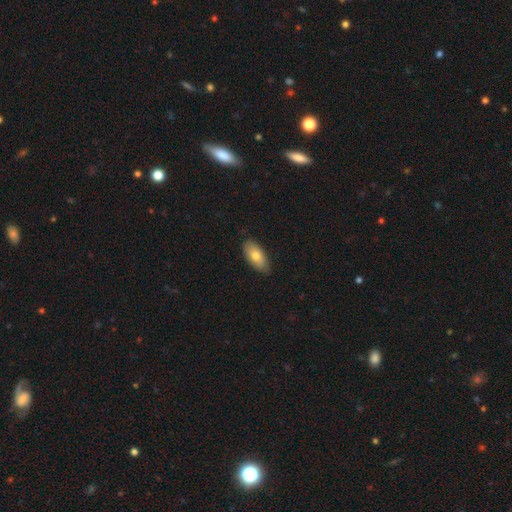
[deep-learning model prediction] Smooth or featured?
  - smooth: 73% *
  - featured or disk: 21%
  - star or artifact: 6%
How rounded?
  - in between: 89% *
  - cigar-shaped: 8%
  - round: 3%
Merging?
  - none: 83% *
  - minor disturbance: 14%
  - major disturbance: 2%
  - merger: 1%